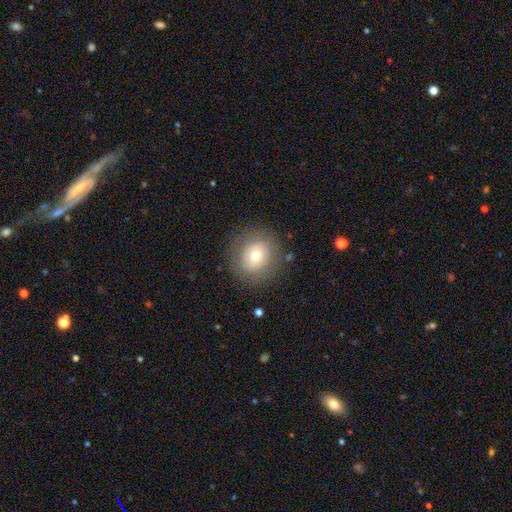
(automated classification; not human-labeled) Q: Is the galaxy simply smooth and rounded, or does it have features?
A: smooth — 69%.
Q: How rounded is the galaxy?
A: round — 85%.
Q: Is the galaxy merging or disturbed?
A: none — 85%.